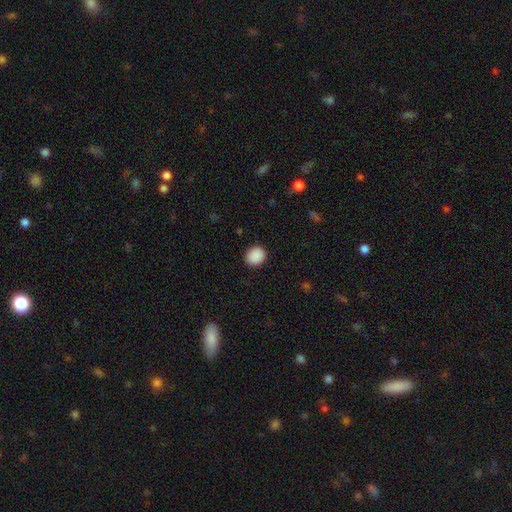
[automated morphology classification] This is clearly a smooth galaxy (90%). How rounded: likely round (70%). Merging: clearly none (90%).